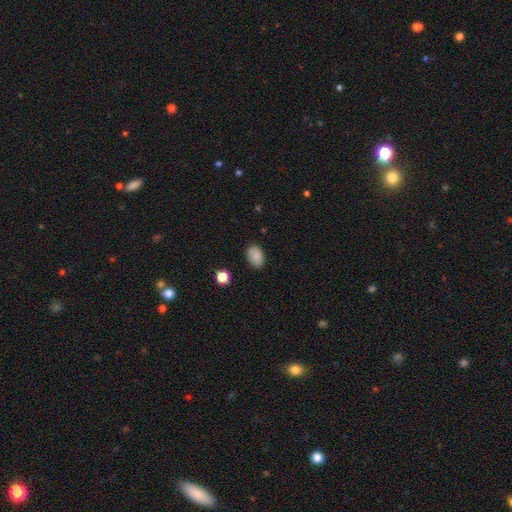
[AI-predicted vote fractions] Smooth or featured: smooth — 86% (star or artifact — 9%)
How rounded: in between — 86% (round — 13%)
Merging: none — 84% (minor disturbance — 12%)